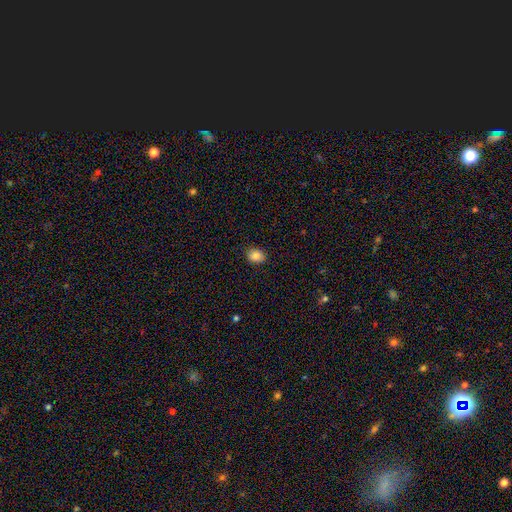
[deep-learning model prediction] This appears to be a smooth galaxy with no disk features (85%) that is in between round and cigar-shaped (53%). Merging: none (89%).